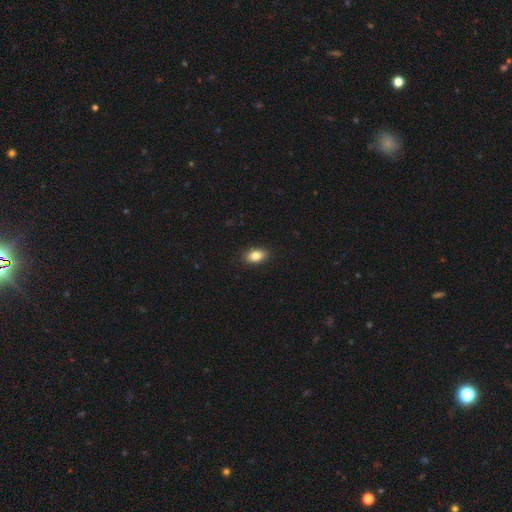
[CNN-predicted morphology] smooth_or_featured: smooth (p=0.85) [alt: star or artifact p=0.08]
how_rounded: in between (p=0.89) [alt: round p=0.09]
merging: none (p=0.90) [alt: minor disturbance p=0.07]